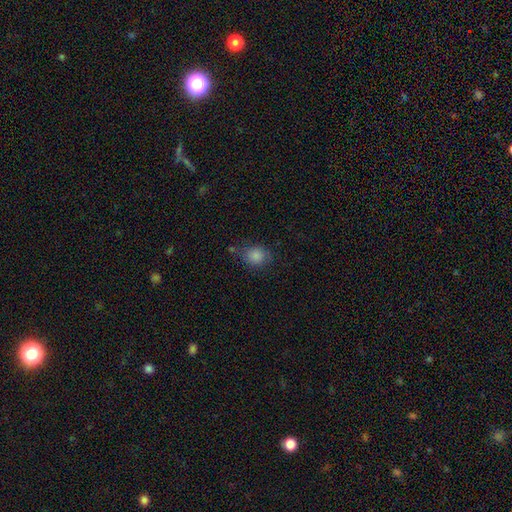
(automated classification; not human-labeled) This is clearly a smooth galaxy (85%). How rounded: likely round (71%). Merging: likely none (69%).